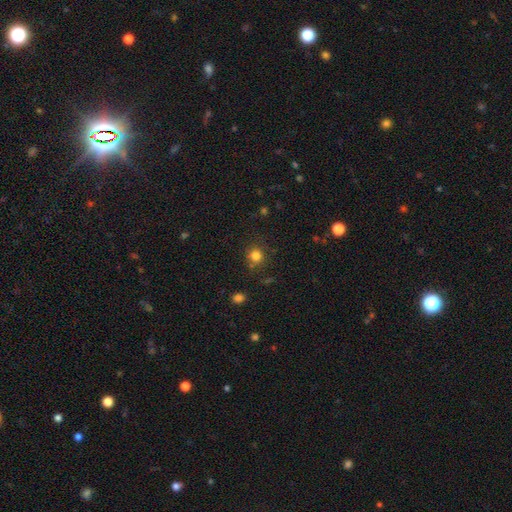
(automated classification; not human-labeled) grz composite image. It shows a smooth galaxy with no disk features (81%) that is round (88%). Merging: none (78%).